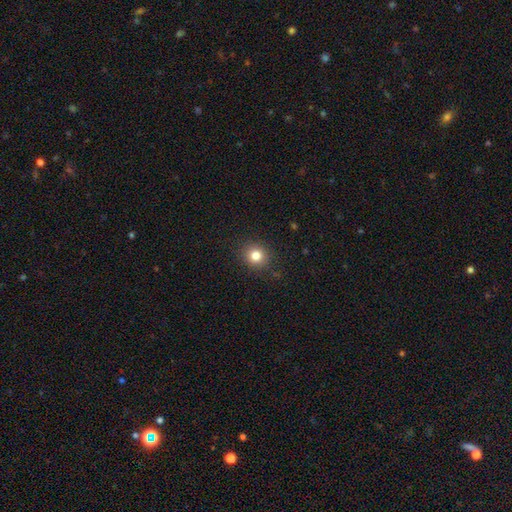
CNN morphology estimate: Overall: smooth (81%). How rounded: round (86%). Merging: none (90%).